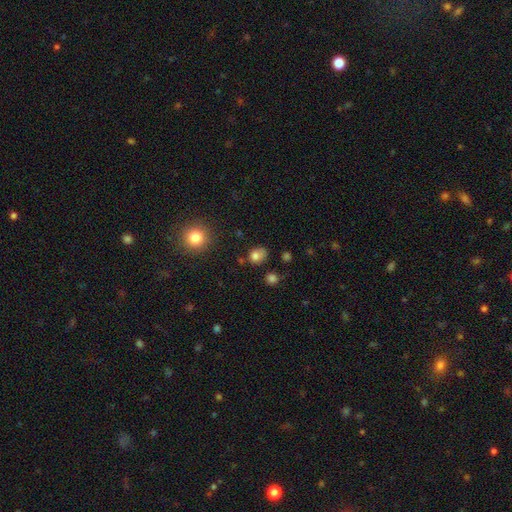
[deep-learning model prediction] smooth 78%, star or artifact 14%, featured or disk 8%. Down the decision tree: how rounded — round (58%); merging — none (60%).